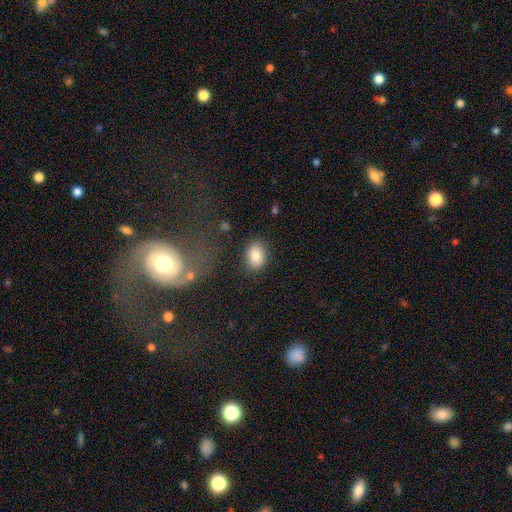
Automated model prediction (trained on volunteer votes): Q: Smooth or featured?
A: smooth (82%); runner-up: featured or disk (9%)
Q: How rounded?
A: in between (69%); runner-up: round (30%)
Q: Merging?
A: none (84%); runner-up: minor disturbance (10%)